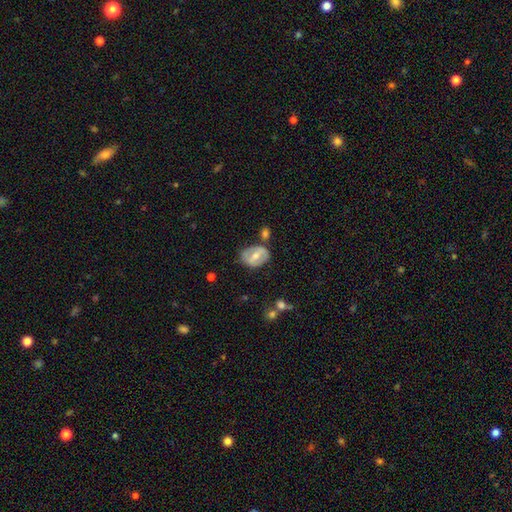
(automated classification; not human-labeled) featured or disk 53%, smooth 41%, star or artifact 6%. Down the decision tree: edge-on disk — no (94%); merging — none (61%).